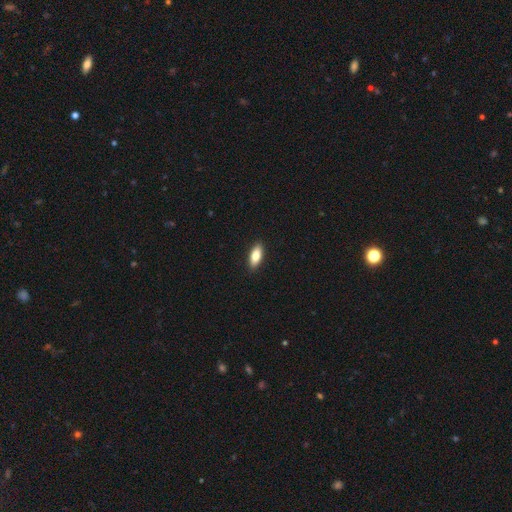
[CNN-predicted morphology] This is clearly a smooth galaxy (82%). How rounded: clearly in between (82%). Merging: clearly none (90%).